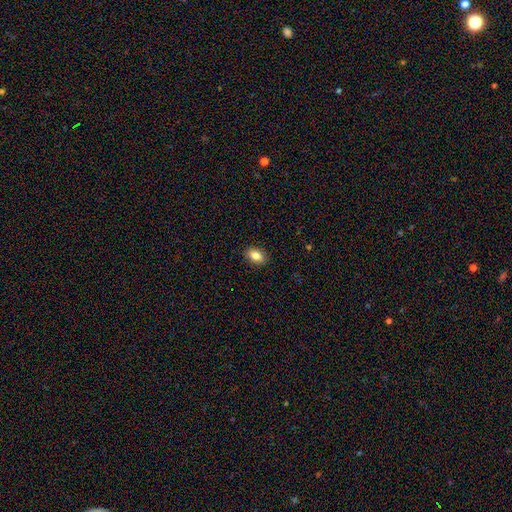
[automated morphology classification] Overall: smooth (83%). How rounded: in between (86%). Merging: none (89%).